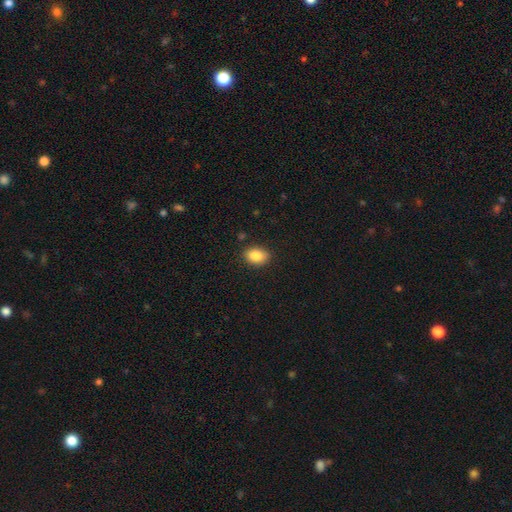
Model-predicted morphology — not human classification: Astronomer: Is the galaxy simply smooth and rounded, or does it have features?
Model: smooth — 86%.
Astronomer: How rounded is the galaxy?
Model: in between — 74%.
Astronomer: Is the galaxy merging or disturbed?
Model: none — 86%.